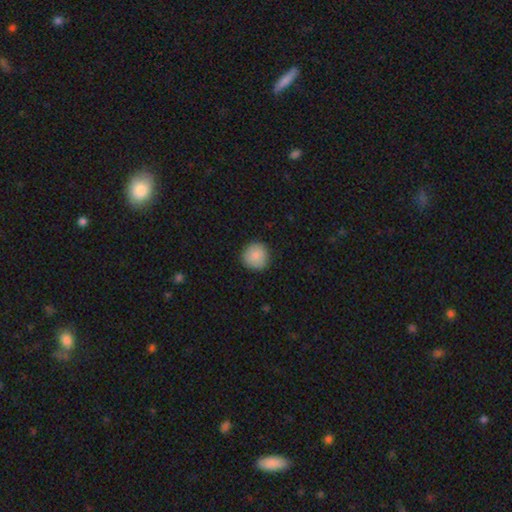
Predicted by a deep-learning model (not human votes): A smooth galaxy with no disk features (86%) that is round (94%).

Vote fractions:
- Smooth or featured? smooth: 86% / star or artifact: 7% / featured or disk: 6%
- How rounded? round: 94% / in between: 5% / cigar-shaped: 1%
- Merging? none: 89% / minor disturbance: 8% / major disturbance: 2% / merger: 1%